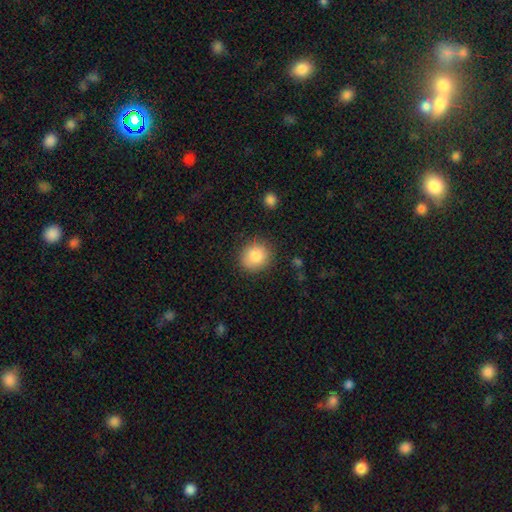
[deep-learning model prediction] Smooth or featured? Predicted: smooth (p=0.86). How rounded? Predicted: round (p=0.80). Merging? Predicted: none (p=0.85).